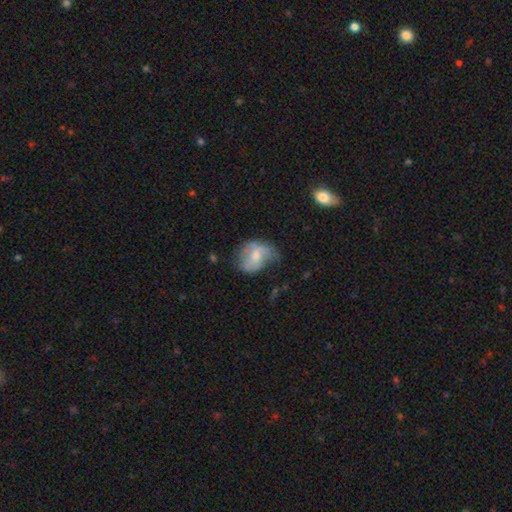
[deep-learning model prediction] The model was most divided on "merging": none: 38%, minor disturbance: 34%, major disturbance: 25%, merger: 2%. Remaining: smooth or featured — smooth (48%).